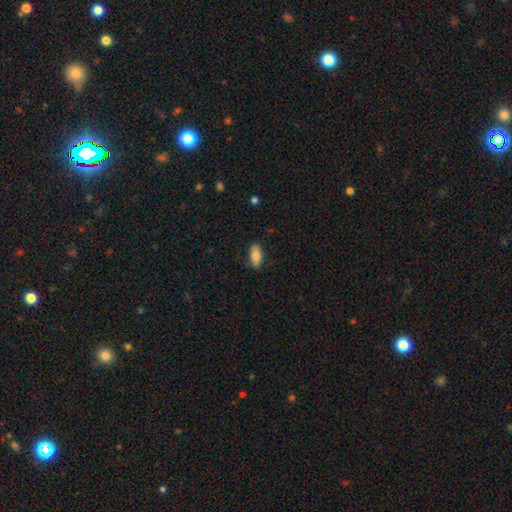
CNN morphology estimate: This appears to be a smooth galaxy with no disk features (78%) that is in between round and cigar-shaped (87%). Merging: none (83%).